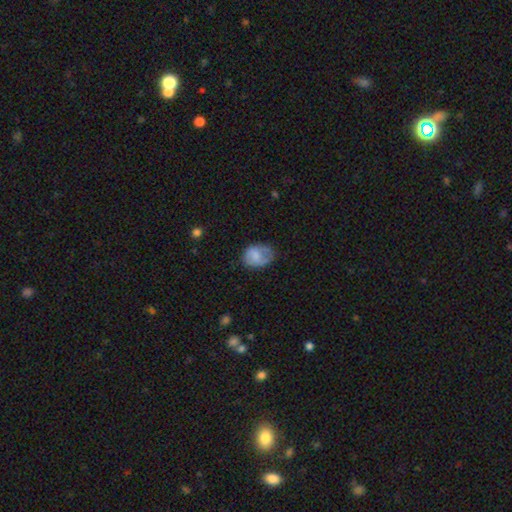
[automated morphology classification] Smooth or featured: smooth — 68% (featured or disk — 24%)
How rounded: in between — 64% (round — 35%)
Merging: none — 54% (minor disturbance — 31%)